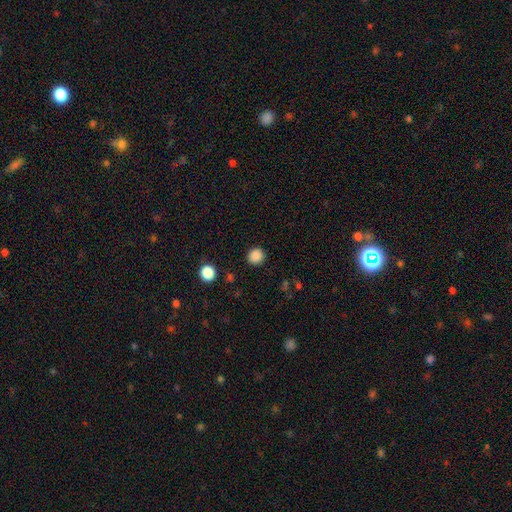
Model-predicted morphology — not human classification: Smooth or featured? smooth (86%)
How rounded? round (92%)
Merging? none (90%)